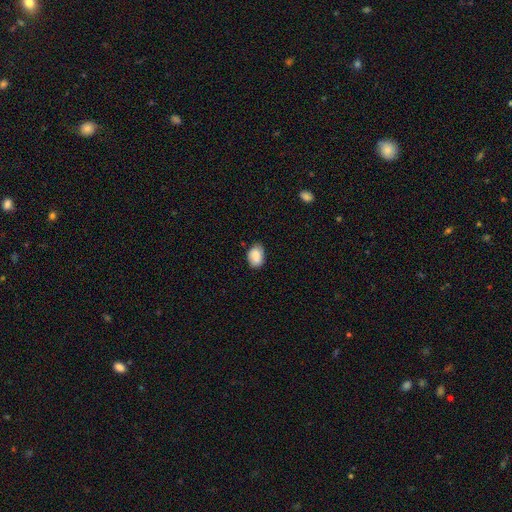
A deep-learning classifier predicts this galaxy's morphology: This is clearly a smooth galaxy (86%). How rounded: clearly in between (82%). Merging: likely none (75%).